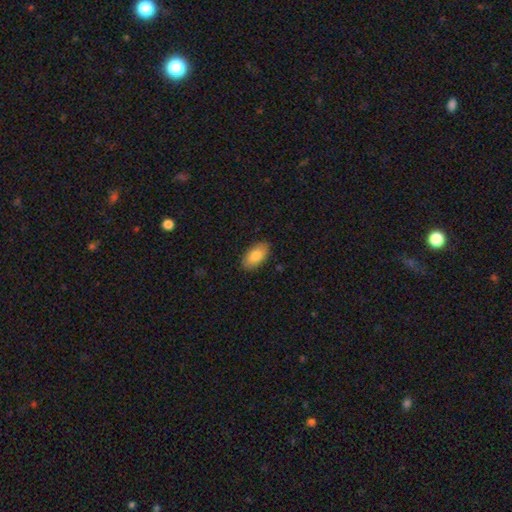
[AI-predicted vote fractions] smooth_or_featured: smooth (p=0.84) [alt: featured or disk p=0.10]
how_rounded: in between (p=0.94) [alt: round p=0.03]
merging: none (p=0.88) [alt: minor disturbance p=0.09]